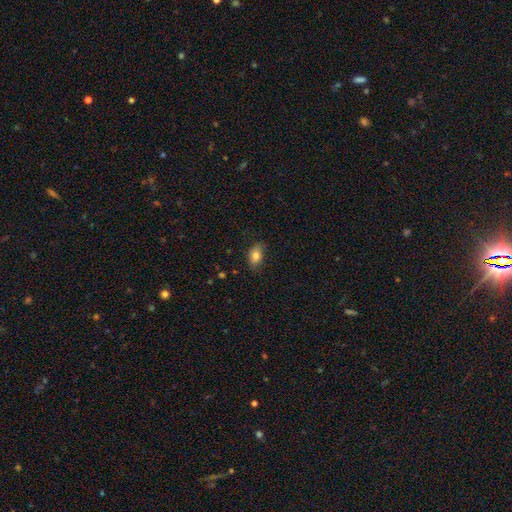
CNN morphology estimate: type=smooth (83%); roundness=in between (84%); merging=none (74%).